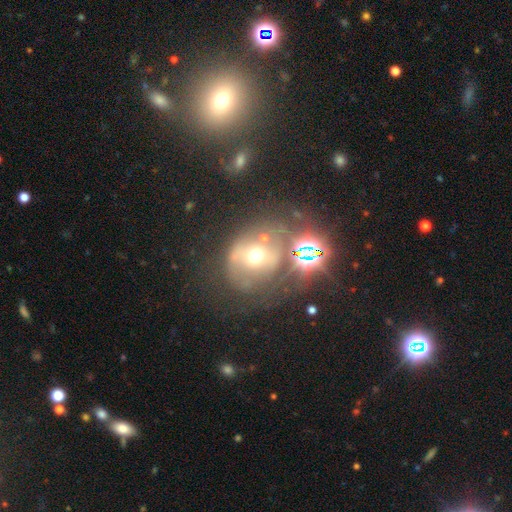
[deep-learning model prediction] Morphology: type=featured or disk (38%); merging=none (49%).